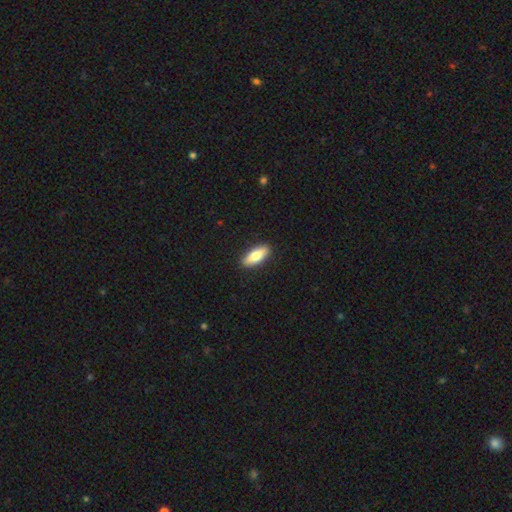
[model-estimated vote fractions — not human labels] Smooth or featured?
  - smooth: 77% *
  - featured or disk: 17%
  - star or artifact: 6%
How rounded?
  - in between: 72% *
  - cigar-shaped: 26%
  - round: 2%
Merging?
  - none: 90% *
  - minor disturbance: 8%
  - major disturbance: 2%
  - merger: 1%